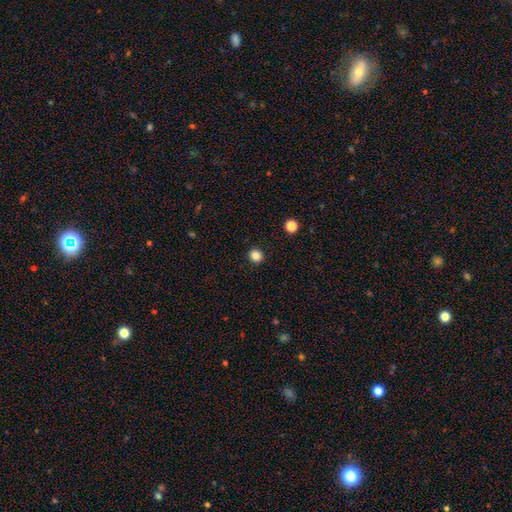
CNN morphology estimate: smooth 84%, star or artifact 12%, featured or disk 4%. Down the decision tree: how rounded — round (89%); merging — none (92%).